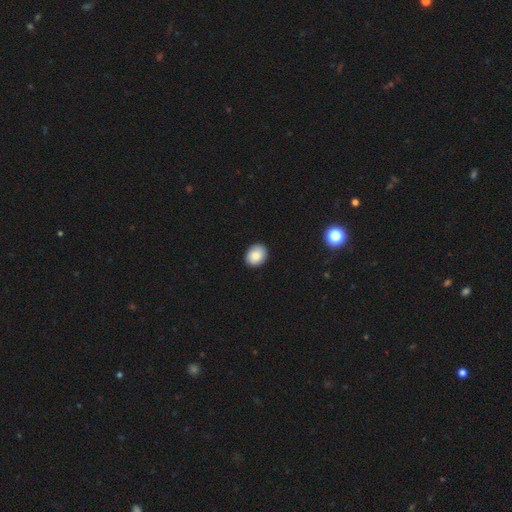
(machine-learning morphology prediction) A smooth galaxy with no disk features (83%) that is round (50%).

Vote fractions:
- Smooth or featured? smooth: 83% / featured or disk: 9% / star or artifact: 7%
- How rounded? round: 50% / in between: 49% / cigar-shaped: 1%
- Merging? none: 87% / minor disturbance: 10% / major disturbance: 2% / merger: 1%